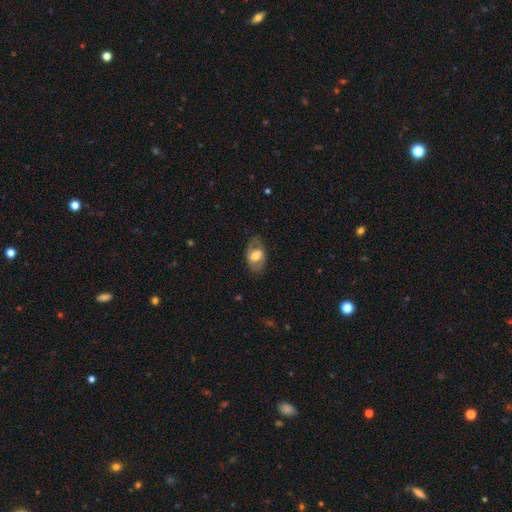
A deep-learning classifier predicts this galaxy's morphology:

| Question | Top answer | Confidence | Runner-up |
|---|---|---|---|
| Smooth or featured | featured or disk | 50% | smooth (43%) |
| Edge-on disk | no | 92% | yes (8%) |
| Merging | none | 75% | minor disturbance (17%) |